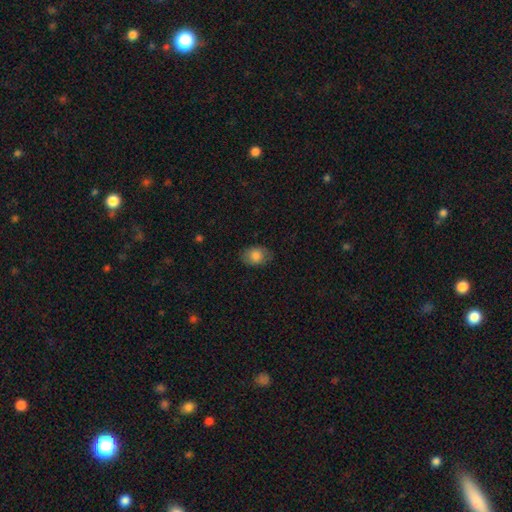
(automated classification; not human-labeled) This is clearly a smooth galaxy (82%). How rounded: likely in between (75%). Merging: clearly none (81%).